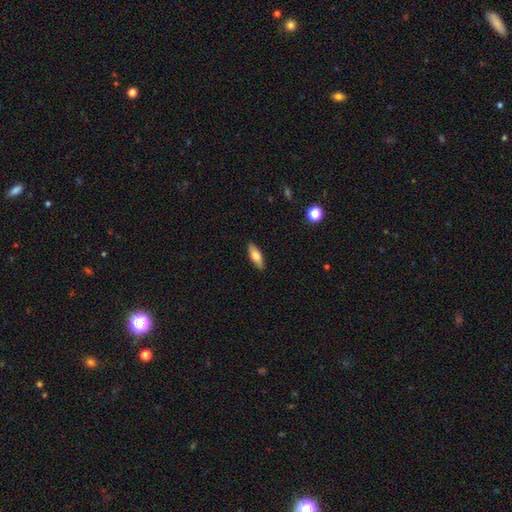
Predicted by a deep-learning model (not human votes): A smooth galaxy with no disk features (70%) that is in between round and cigar-shaped (65%). Merging: none (87%).